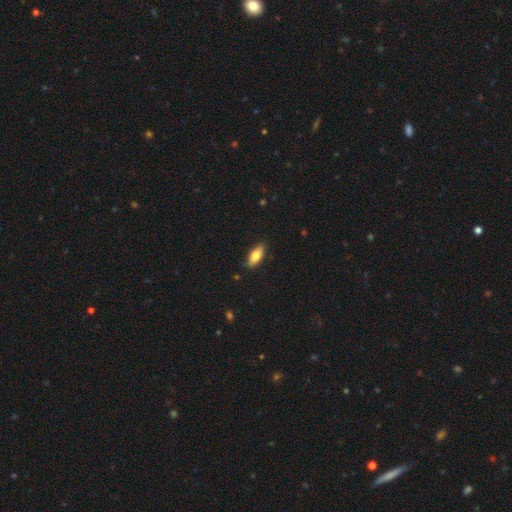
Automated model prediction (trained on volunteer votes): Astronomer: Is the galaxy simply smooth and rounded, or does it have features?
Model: smooth — 76%.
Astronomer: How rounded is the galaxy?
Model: in between — 77%.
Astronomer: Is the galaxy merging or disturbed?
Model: none — 86%.